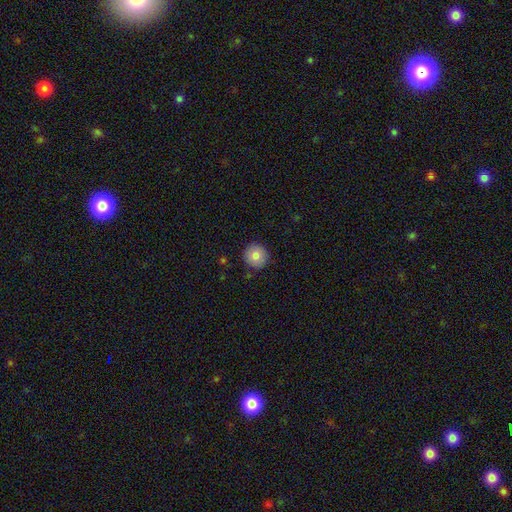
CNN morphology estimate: This is clearly a smooth galaxy (82%). How rounded: clearly round (95%). Merging: clearly none (90%).